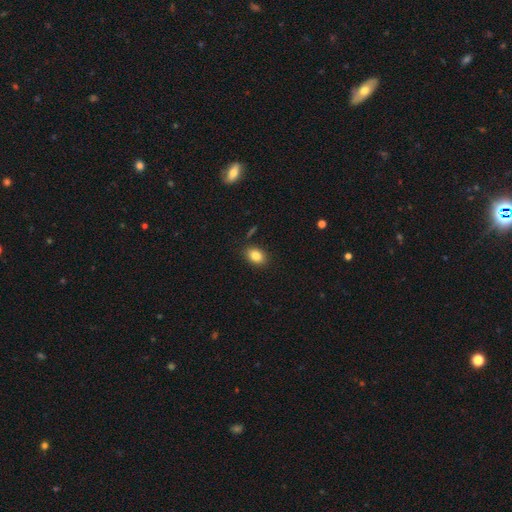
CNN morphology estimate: smooth-or-featured: smooth: 84% | star or artifact: 9% | featured or disk: 7%
  how-rounded: in between: 76% | round: 23% | cigar-shaped: 1%
  merging: none: 86% | minor disturbance: 10% | major disturbance: 2% | merger: 2%